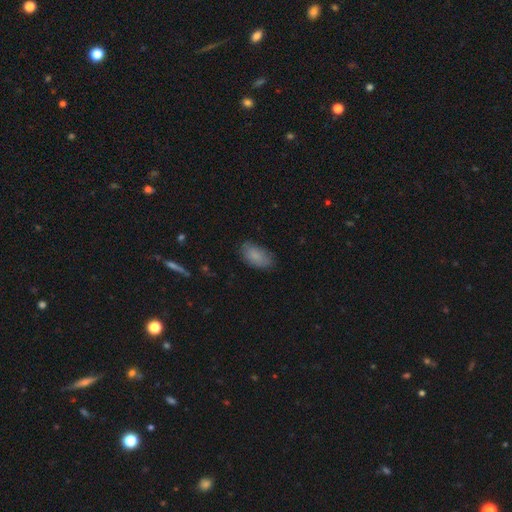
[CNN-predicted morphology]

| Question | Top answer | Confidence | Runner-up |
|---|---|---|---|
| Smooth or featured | smooth | 84% | featured or disk (9%) |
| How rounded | in between | 94% | round (4%) |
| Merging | none | 75% | minor disturbance (20%) |